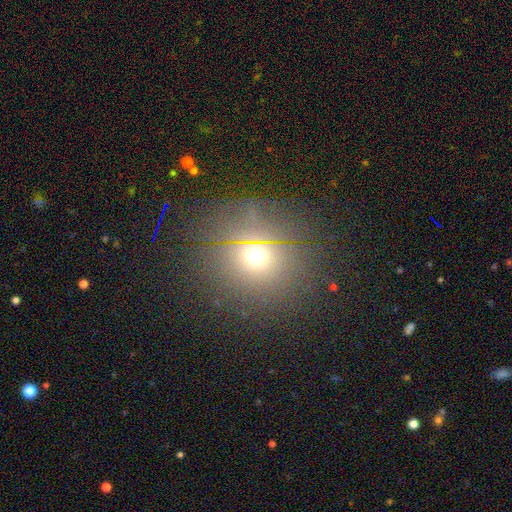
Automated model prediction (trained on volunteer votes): smooth 58%, star or artifact 29%, featured or disk 13%. Down the decision tree: how rounded — round (84%); merging — none (82%).